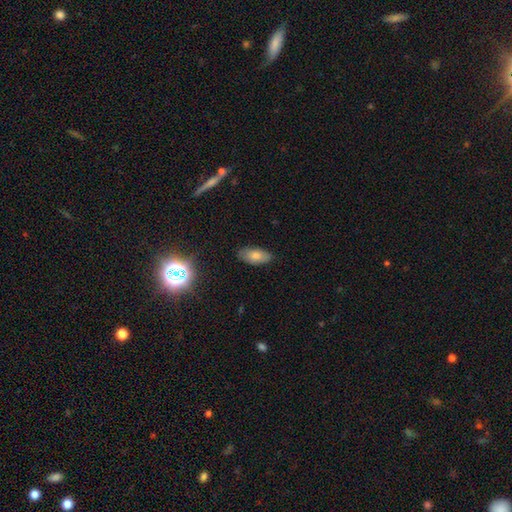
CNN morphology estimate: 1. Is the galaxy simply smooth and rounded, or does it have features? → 77% smooth, 13% featured or disk, 10% star or artifact.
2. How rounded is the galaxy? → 89% in between, 7% cigar-shaped, 3% round.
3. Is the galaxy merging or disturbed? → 83% none, 13% minor disturbance, 2% major disturbance, 1% merger.